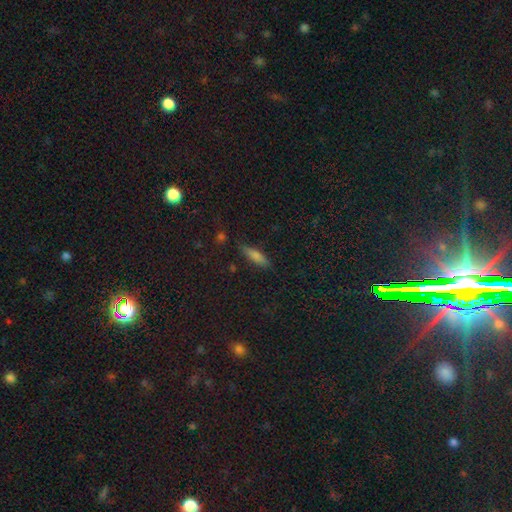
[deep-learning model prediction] This appears to be a smooth galaxy with no disk features (71%) that is cigar-shaped (64%). Merging: none (81%).